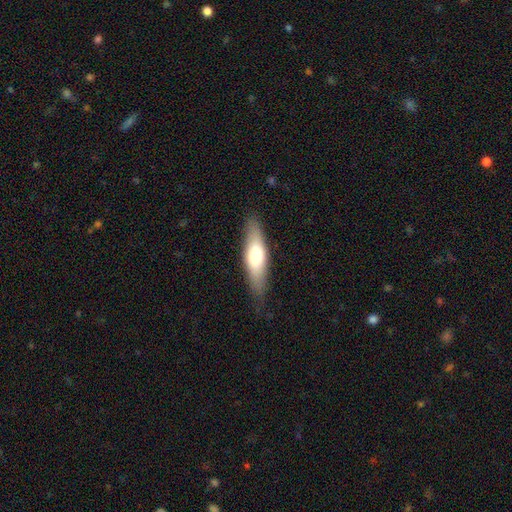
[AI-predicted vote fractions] Smooth or featured?
  - smooth: 63% *
  - featured or disk: 32%
  - star or artifact: 6%
How rounded?
  - cigar-shaped: 54% *
  - in between: 44%
  - round: 2%
Merging?
  - none: 79% *
  - minor disturbance: 16%
  - major disturbance: 4%
  - merger: 1%